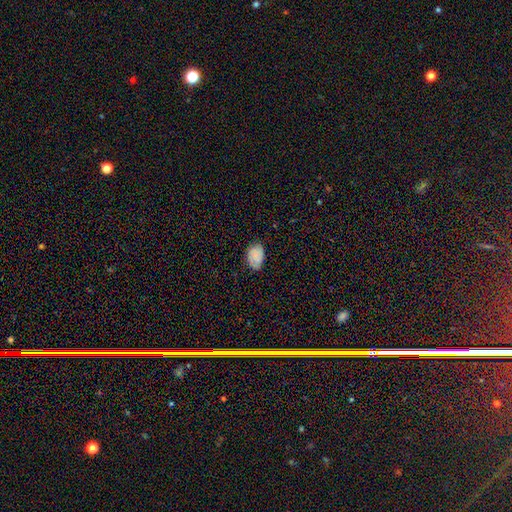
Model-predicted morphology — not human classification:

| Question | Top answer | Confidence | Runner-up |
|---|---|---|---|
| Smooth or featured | smooth | 78% | featured or disk (13%) |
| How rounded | in between | 84% | round (14%) |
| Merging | none | 72% | minor disturbance (23%) |